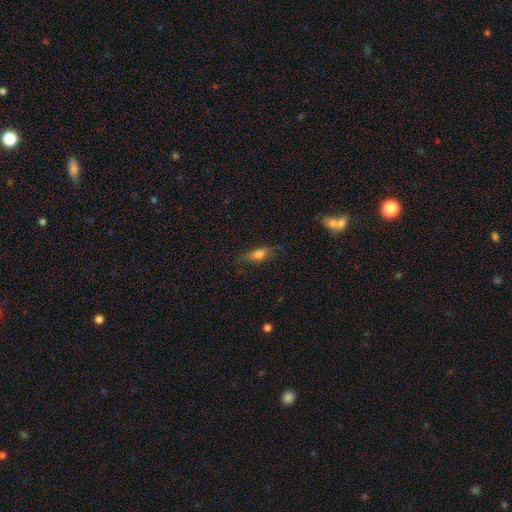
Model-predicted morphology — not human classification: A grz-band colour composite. It shows a smooth galaxy with no disk features (47%). Merging: none (75%).